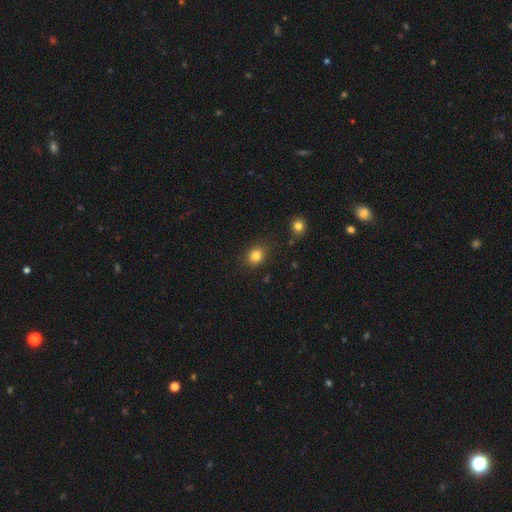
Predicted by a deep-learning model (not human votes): smooth-or-featured: smooth: 83% | star or artifact: 12% | featured or disk: 6%
  how-rounded: round: 61% | in between: 38% | cigar-shaped: 1%
  merging: none: 84% | minor disturbance: 11% | major disturbance: 3% | merger: 2%